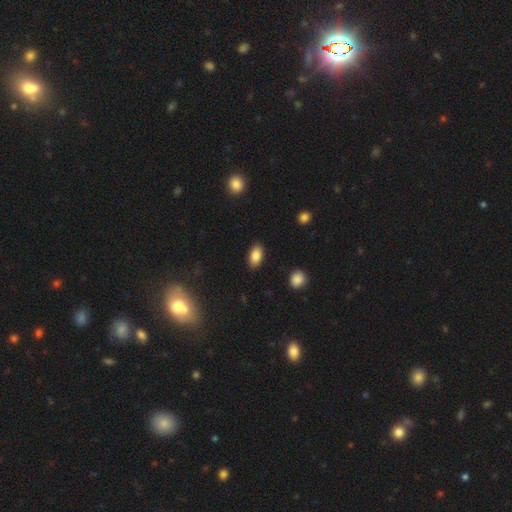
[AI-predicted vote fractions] The model was most divided on "smooth or featured": smooth: 85%, star or artifact: 8%, featured or disk: 7%. More confident: how rounded — in between (91%); merging — none (88%).